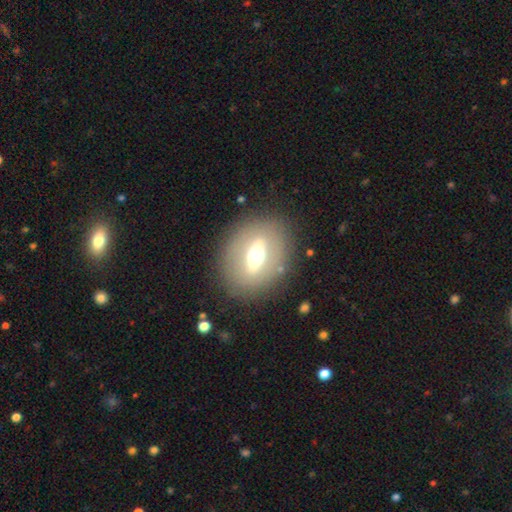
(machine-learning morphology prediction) Q: Smooth or featured?
A: featured or disk (56%); runner-up: smooth (36%)
Q: Edge-on disk?
A: no (68%); runner-up: yes (32%)
Q: Merging?
A: none (83%); runner-up: minor disturbance (10%)